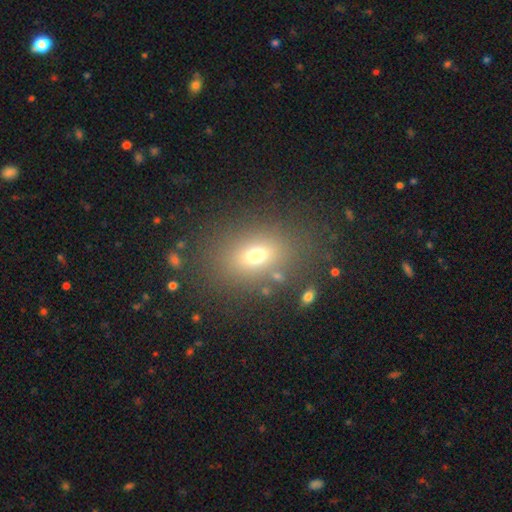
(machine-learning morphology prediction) Smooth or featured: smooth — 67% (star or artifact — 17%)
How rounded: in between — 69% (round — 28%)
Merging: none — 79% (minor disturbance — 11%)